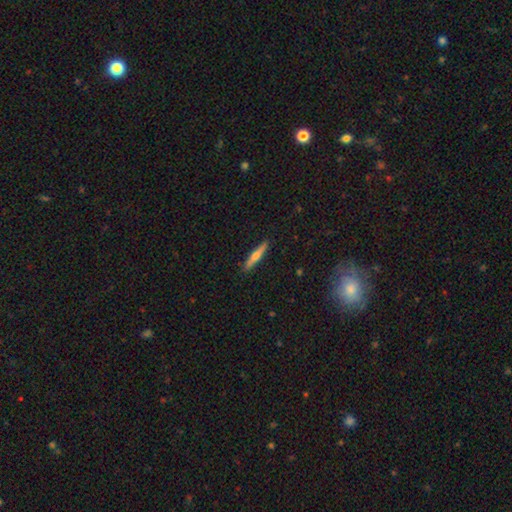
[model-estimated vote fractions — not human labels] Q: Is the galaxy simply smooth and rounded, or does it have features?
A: featured or disk — 47%, tied with smooth.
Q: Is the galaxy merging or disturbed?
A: none — 91%.